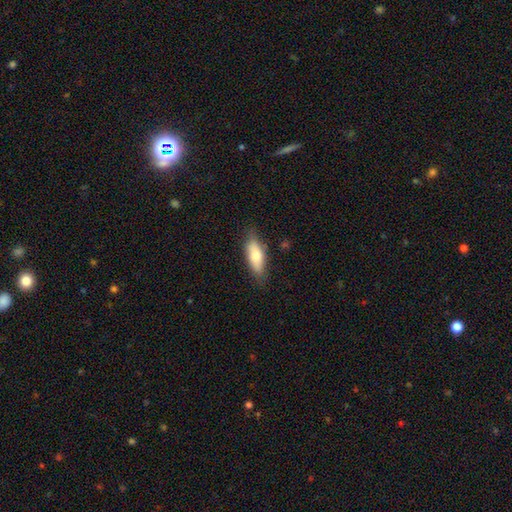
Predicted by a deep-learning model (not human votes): The model was most divided on "how rounded": in between: 65%, cigar-shaped: 33%, round: 2%. More confident: merging — none (79%); smooth or featured — smooth (71%).